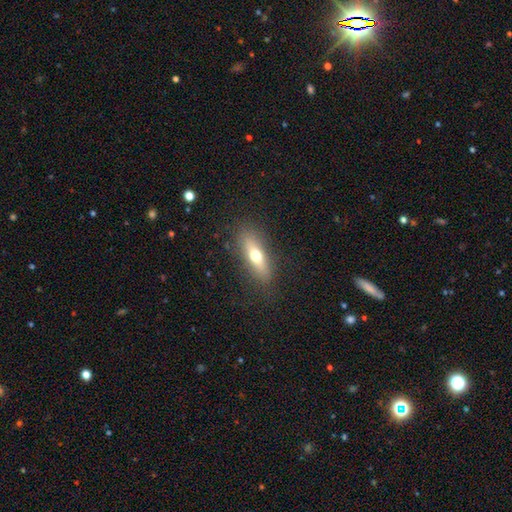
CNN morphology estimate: Smooth or featured? Predicted: smooth (p=0.59). How rounded? Predicted: cigar-shaped (p=0.52). Merging? Predicted: none (p=0.85).